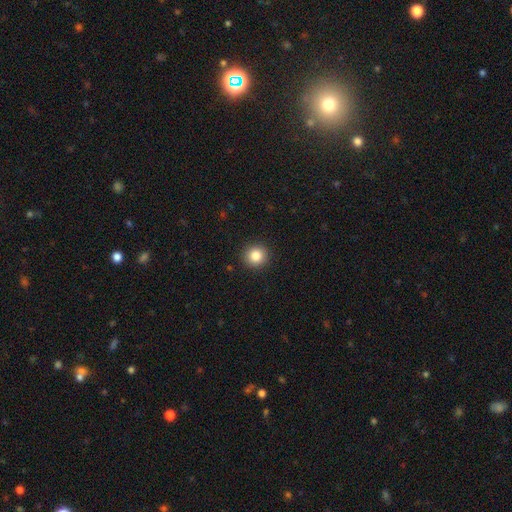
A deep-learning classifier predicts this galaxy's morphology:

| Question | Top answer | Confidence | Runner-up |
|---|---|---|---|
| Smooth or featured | smooth | 84% | star or artifact (10%) |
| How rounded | round | 93% | in between (6%) |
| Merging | none | 92% | minor disturbance (5%) |